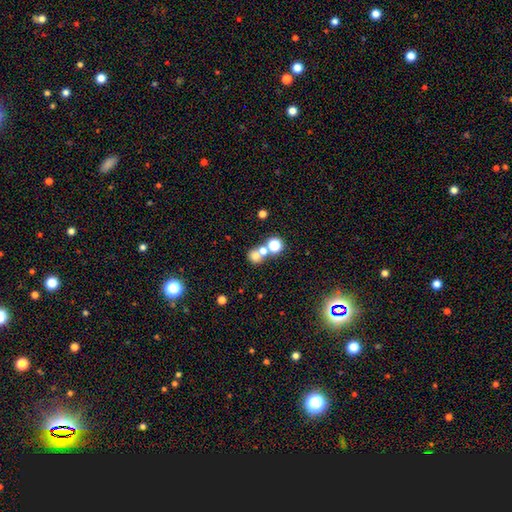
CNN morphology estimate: smooth-or-featured: smooth: 66% | star or artifact: 20% | featured or disk: 15%
  how-rounded: round: 80% | in between: 19% | cigar-shaped: 1%
  merging: merger: 47% | none: 42% | minor disturbance: 7% | major disturbance: 5%